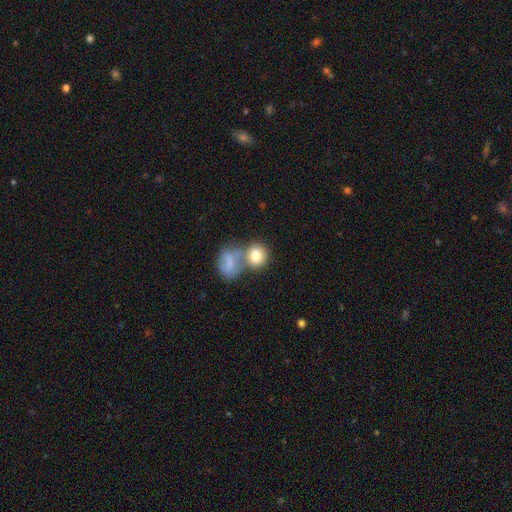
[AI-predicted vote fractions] The model was most divided on "merging": merger: 48%, none: 36%, minor disturbance: 11%, major disturbance: 6%. More confident: smooth or featured — smooth (79%); how rounded — round (67%).